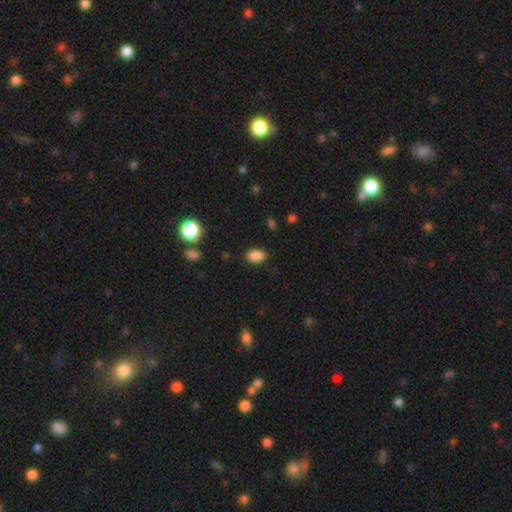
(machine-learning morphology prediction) The model was most divided on "how rounded": in between: 86%, round: 13%, cigar-shaped: 1%. More confident: smooth or featured — smooth (86%); merging — none (86%).